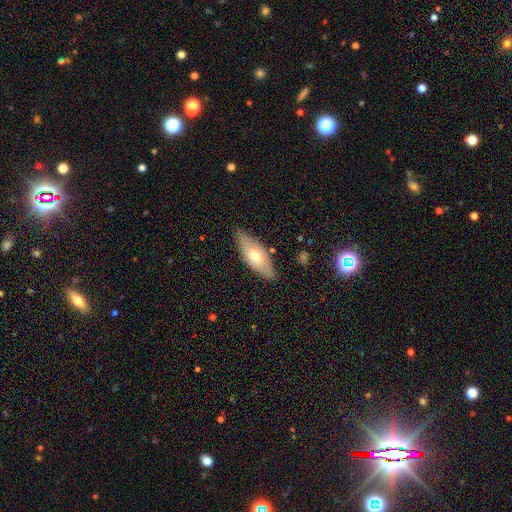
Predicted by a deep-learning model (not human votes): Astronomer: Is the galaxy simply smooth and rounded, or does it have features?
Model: smooth — 55% (runner-up: featured or disk, 39%).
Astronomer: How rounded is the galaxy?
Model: in between — 78%.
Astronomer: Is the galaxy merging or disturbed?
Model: none — 79%.